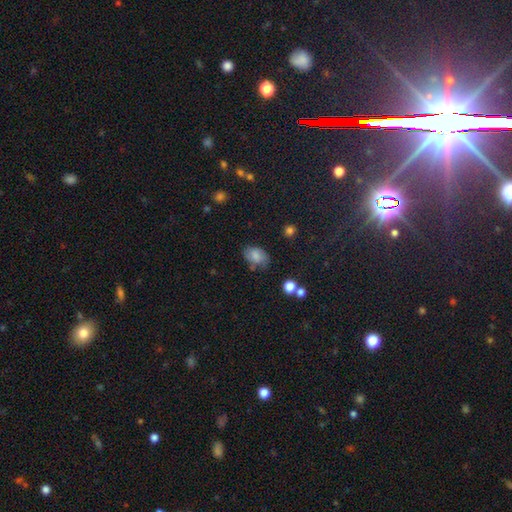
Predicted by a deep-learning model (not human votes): This is likely a smooth galaxy (74%). How rounded: clearly in between (84%). Merging: likely none (60%).